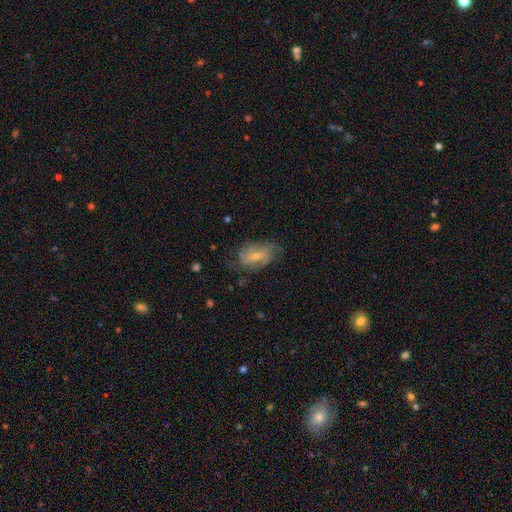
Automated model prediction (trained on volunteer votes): A featured or disk galaxy (66%) with a weak bar (47%), 2 (51%) medium (42%) spiral arms (81%) and a small central bulge (50%). Merging: none (64%).